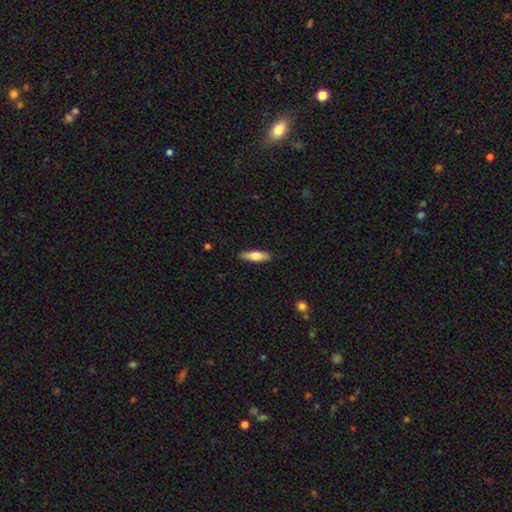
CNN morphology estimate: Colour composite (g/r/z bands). It shows a smooth galaxy with no disk features (71%) that is cigar-shaped (55%). Merging: none (87%).